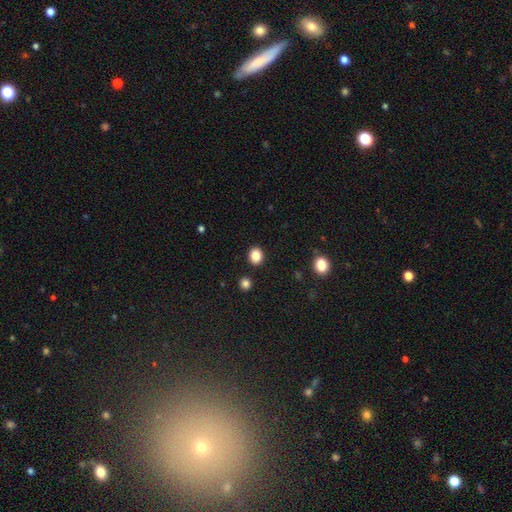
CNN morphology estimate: A smooth galaxy with no disk features (85%) that is round (60%).

Vote fractions:
- Smooth or featured? smooth: 85% / star or artifact: 10% / featured or disk: 4%
- How rounded? round: 60% / in between: 39% / cigar-shaped: 1%
- Merging? none: 89% / minor disturbance: 6% / merger: 3% / major disturbance: 2%